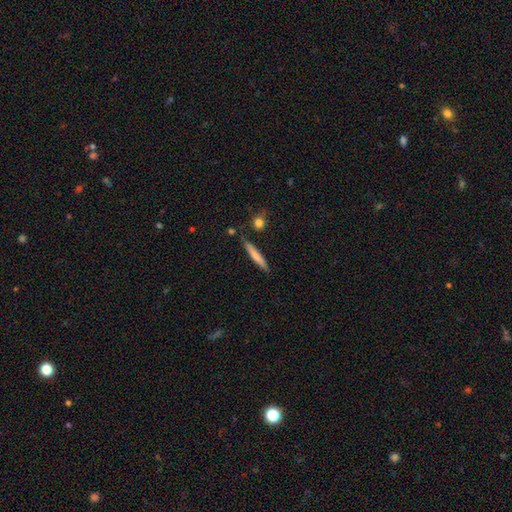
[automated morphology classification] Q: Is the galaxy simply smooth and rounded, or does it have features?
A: smooth — 71%.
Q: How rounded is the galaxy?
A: cigar-shaped — 94%.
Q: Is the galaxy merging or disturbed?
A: none — 85%.